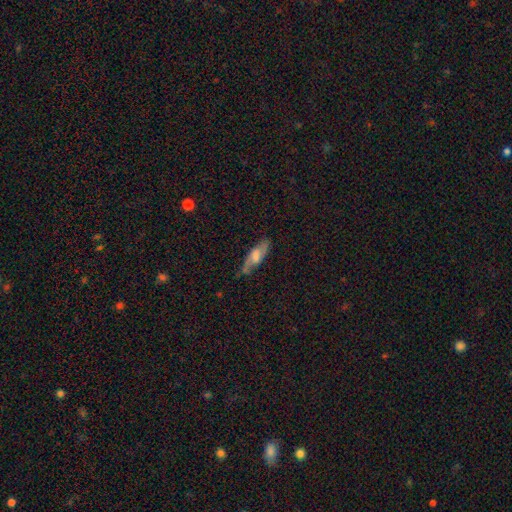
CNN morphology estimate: The model was most divided on "smooth or featured": featured or disk: 59%, smooth: 34%, star or artifact: 7%. More confident: edge-on disk — no (74%); merging — none (72%).